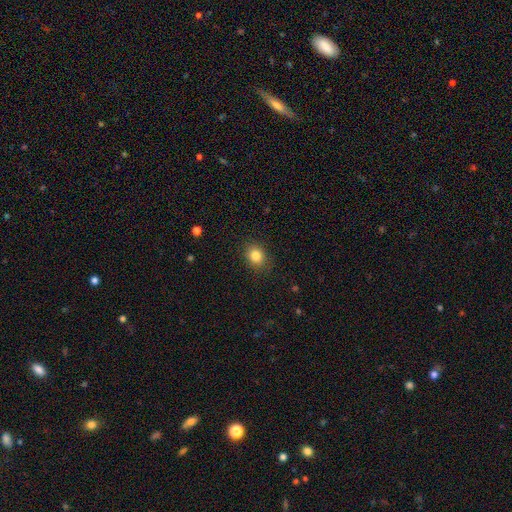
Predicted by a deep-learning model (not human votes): smooth 83%, star or artifact 11%, featured or disk 6%. Down the decision tree: how rounded — round (63%); merging — none (88%).